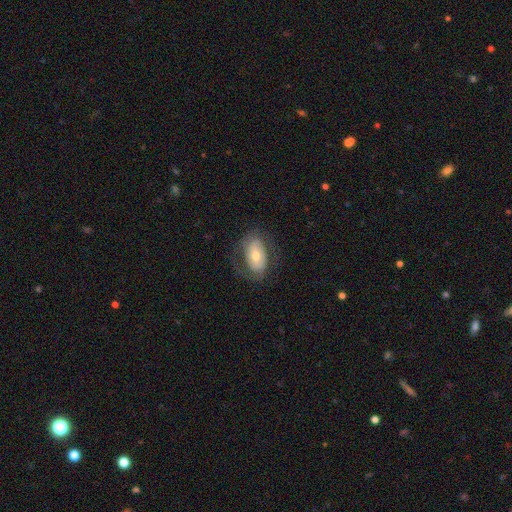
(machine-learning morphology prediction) Smooth or featured?
  - featured or disk: 50% *
  - smooth: 43%
  - star or artifact: 7%
Merging?
  - none: 66% *
  - minor disturbance: 18%
  - major disturbance: 14%
  - merger: 1%